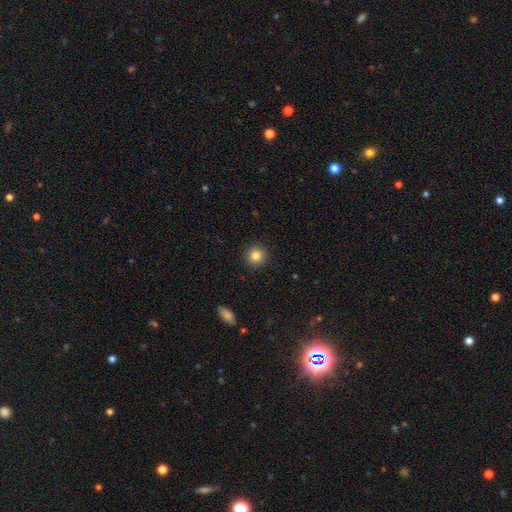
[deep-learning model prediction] This appears to be a smooth galaxy with no disk features (84%) that is round (94%). Merging: none (91%).